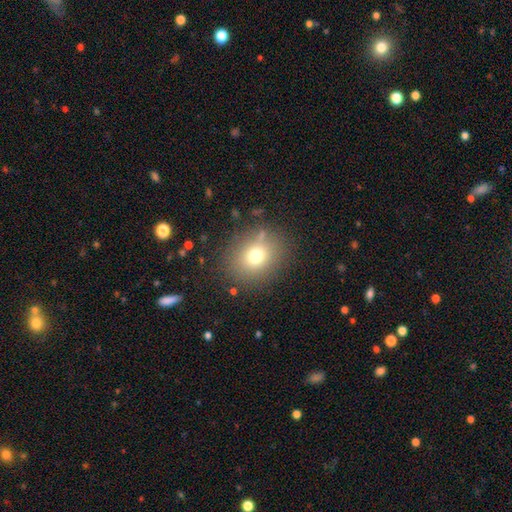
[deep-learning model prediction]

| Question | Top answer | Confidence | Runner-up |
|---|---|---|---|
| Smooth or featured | smooth | 72% | star or artifact (16%) |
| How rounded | round | 71% | in between (28%) |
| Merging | none | 82% | minor disturbance (10%) |